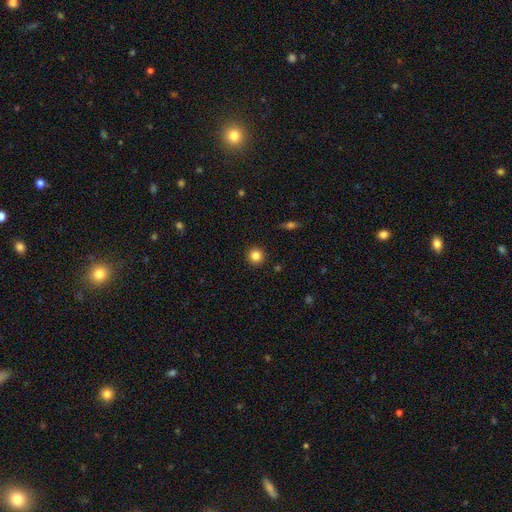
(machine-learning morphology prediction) type=smooth (84%); roundness=round (95%); merging=none (92%).